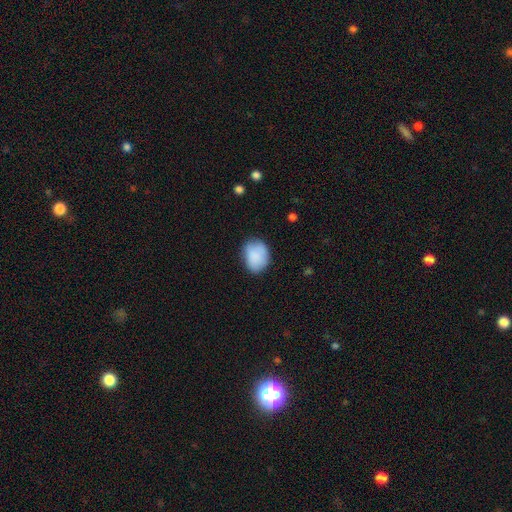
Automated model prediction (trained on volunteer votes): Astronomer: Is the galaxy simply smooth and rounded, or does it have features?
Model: smooth — 86%.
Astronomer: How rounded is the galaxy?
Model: in between — 58% (runner-up: round, 41%).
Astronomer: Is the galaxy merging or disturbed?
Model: none — 69%.